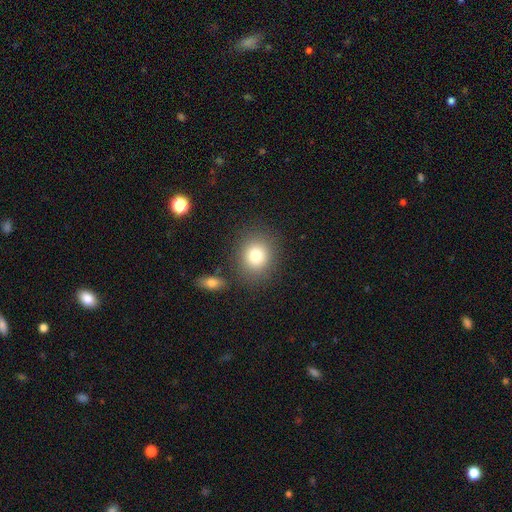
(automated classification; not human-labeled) A smooth galaxy with no disk features (80%) that is round (76%).

Vote fractions:
- Smooth or featured? smooth: 80% / star or artifact: 11% / featured or disk: 9%
- How rounded? round: 76% / in between: 23% / cigar-shaped: 1%
- Merging? none: 81% / minor disturbance: 9% / merger: 6% / major disturbance: 4%